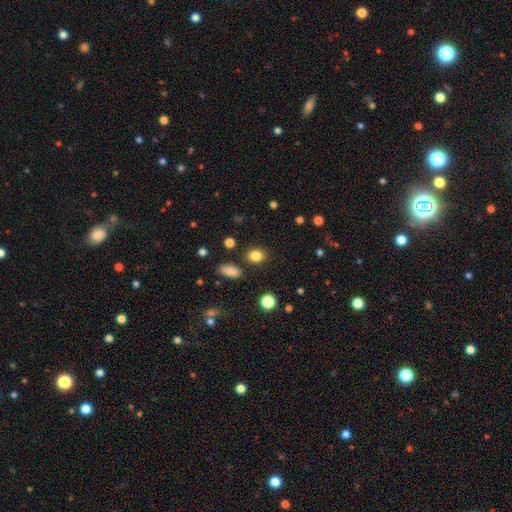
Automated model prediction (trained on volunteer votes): Overall: smooth (83%). How rounded: round (61%; in between 38%). Merging: none (85%).